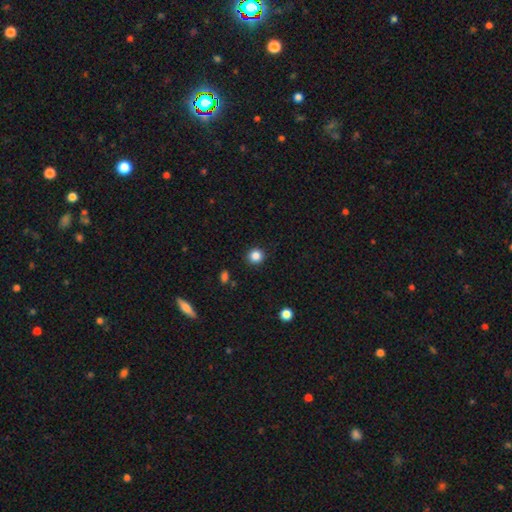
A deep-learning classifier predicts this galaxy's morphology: Q: Smooth or featured?
A: smooth (86%); runner-up: star or artifact (11%)
Q: How rounded?
A: round (91%); runner-up: in between (8%)
Q: Merging?
A: none (91%); runner-up: minor disturbance (5%)